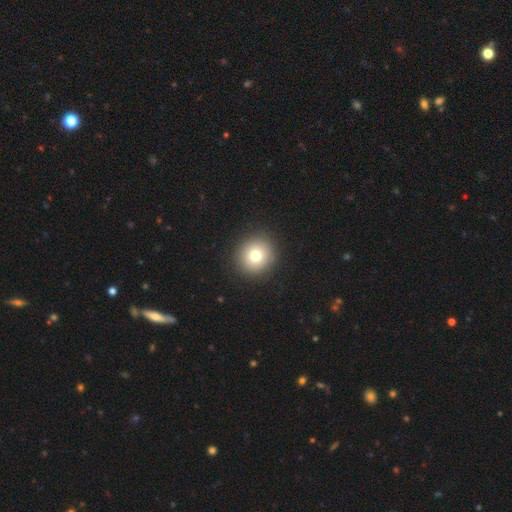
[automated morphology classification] The model was most divided on "smooth or featured": smooth: 76%, star or artifact: 12%, featured or disk: 12%. More confident: how rounded — round (92%); merging — none (91%).